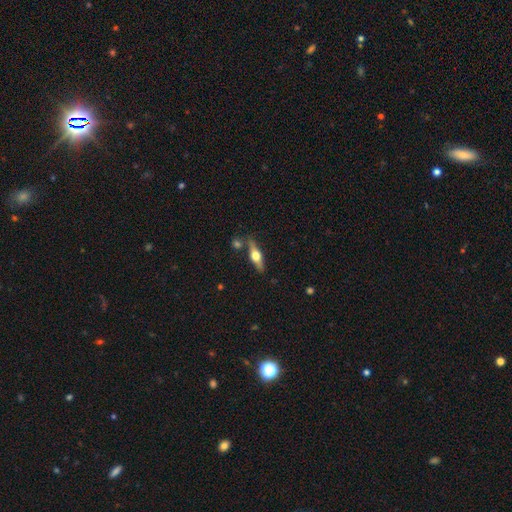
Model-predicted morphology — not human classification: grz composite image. It shows a featured or disk galaxy (60%) viewed edge-on (94%) with a rounded central bulge (95%). Merging: none (77%).